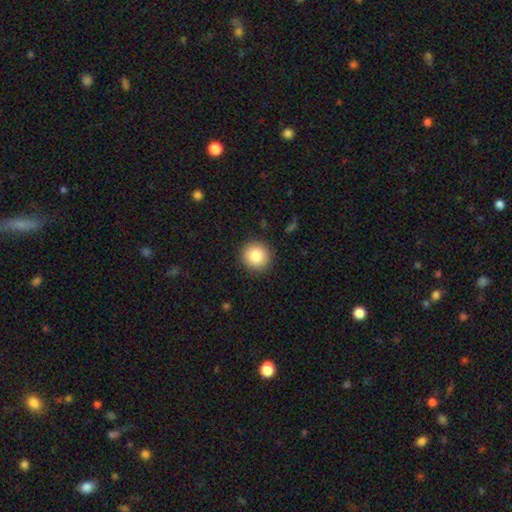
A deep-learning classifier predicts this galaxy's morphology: smooth-or-featured: smooth: 84% | star or artifact: 9% | featured or disk: 7%
  how-rounded: round: 95% | in between: 4% | cigar-shaped: 1%
  merging: none: 91% | minor disturbance: 6% | major disturbance: 2% | merger: 1%